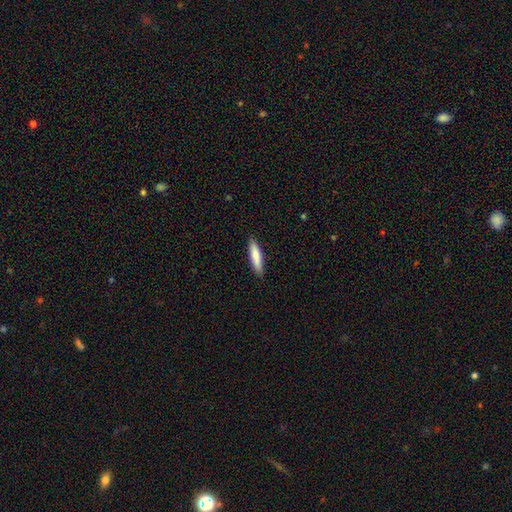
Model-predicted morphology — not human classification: This appears to be a smooth galaxy with no disk features (81%) that is cigar-shaped (83%). Merging: none (89%).